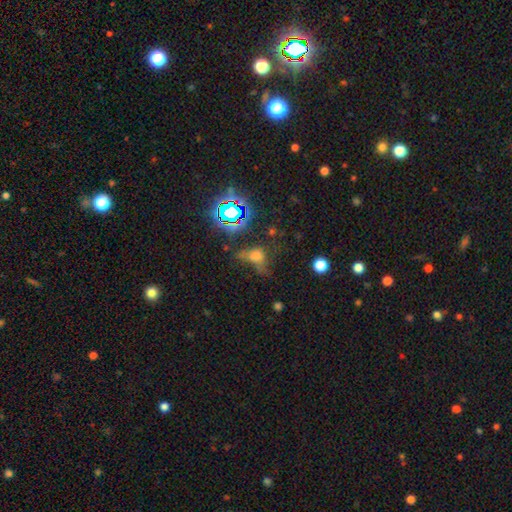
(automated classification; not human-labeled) Smooth or featured: smooth — 44% (star or artifact — 37%)
Merging: none — 36% (major disturbance — 33%)